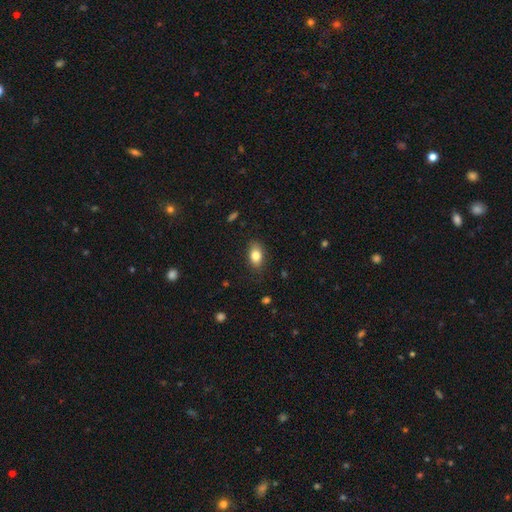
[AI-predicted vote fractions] Overall: smooth (82%). How rounded: in between (86%). Merging: none (82%).